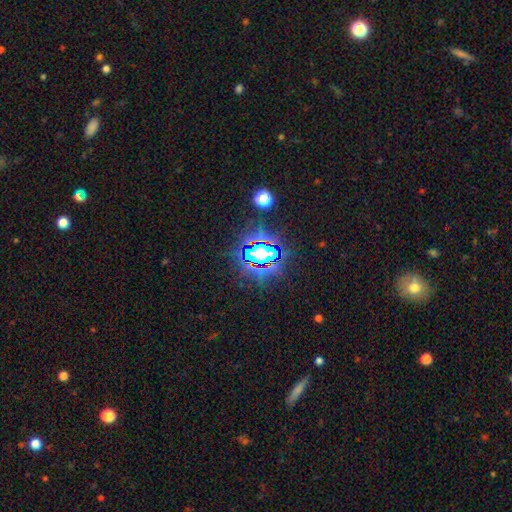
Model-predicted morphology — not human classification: Smooth or featured? Predicted: star or artifact (p=0.81).